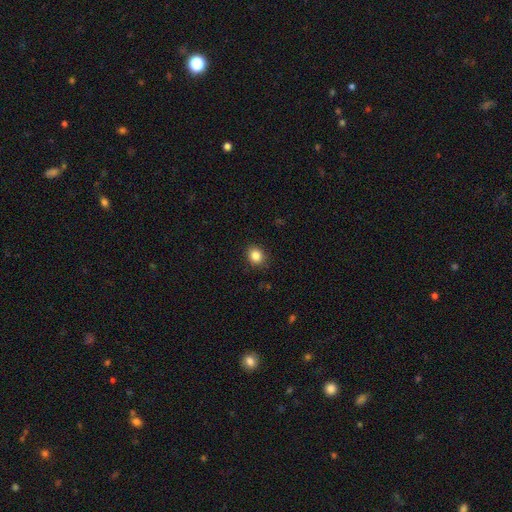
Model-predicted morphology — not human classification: Smooth or featured: smooth — 85% (star or artifact — 10%)
How rounded: round — 69% (in between — 30%)
Merging: none — 88% (minor disturbance — 9%)